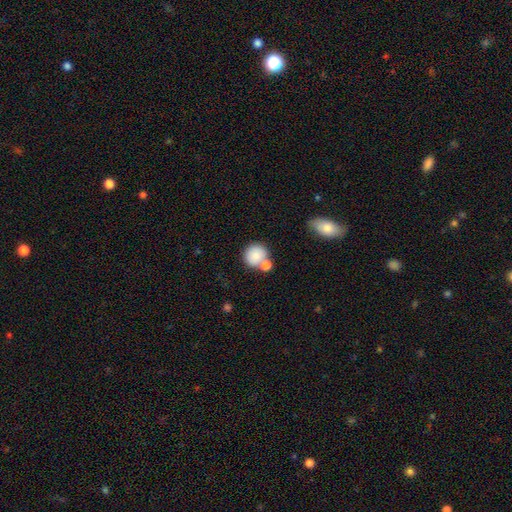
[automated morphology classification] smooth 83%, featured or disk 9%, star or artifact 8%. Down the decision tree: how rounded — round (88%); merging — none (55%).